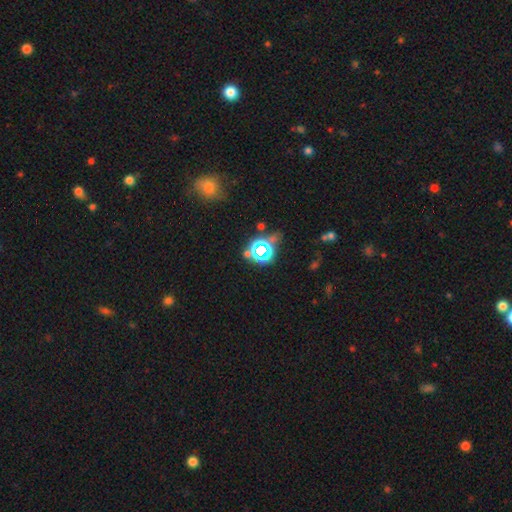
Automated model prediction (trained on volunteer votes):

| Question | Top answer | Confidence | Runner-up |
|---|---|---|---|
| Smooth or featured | star or artifact | 62% | smooth (28%) |